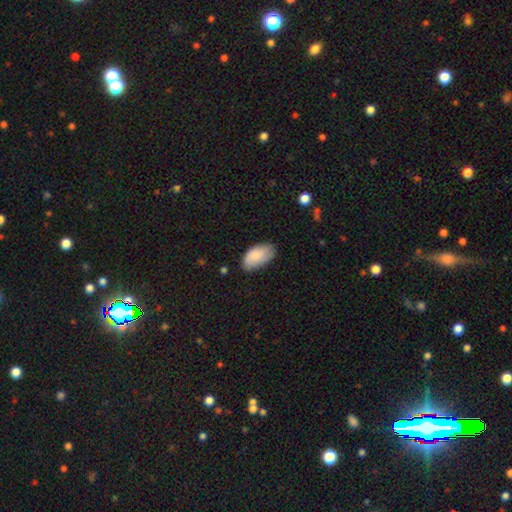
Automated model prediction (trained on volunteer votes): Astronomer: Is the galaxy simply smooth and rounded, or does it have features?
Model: smooth — 81%.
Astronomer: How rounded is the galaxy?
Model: in between — 95%.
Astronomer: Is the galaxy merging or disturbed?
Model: none — 72%.